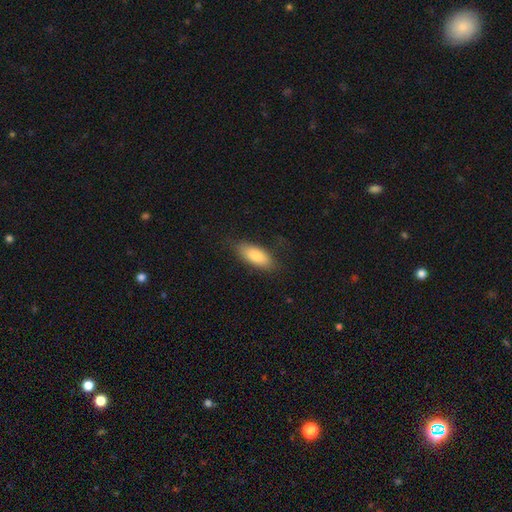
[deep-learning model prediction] This appears to be a smooth galaxy with no disk features (83%) that is in between round and cigar-shaped (81%). Merging: none (80%).